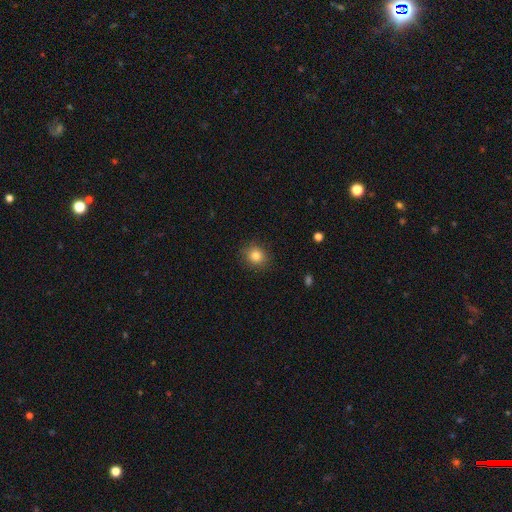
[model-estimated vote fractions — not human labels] smooth-or-featured: smooth: 82% | star or artifact: 11% | featured or disk: 7%
  how-rounded: round: 79% | in between: 20% | cigar-shaped: 1%
  merging: none: 88% | minor disturbance: 9% | major disturbance: 3% | merger: 1%